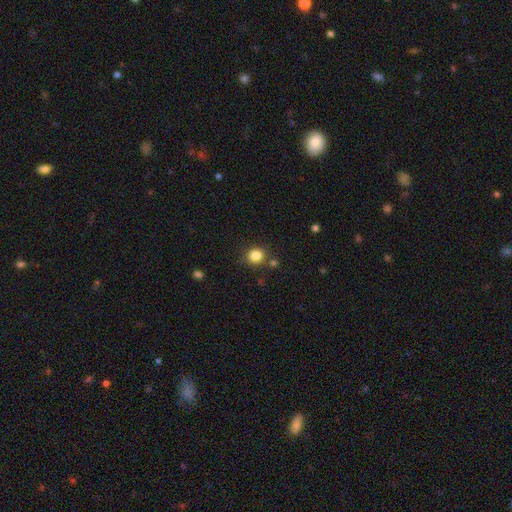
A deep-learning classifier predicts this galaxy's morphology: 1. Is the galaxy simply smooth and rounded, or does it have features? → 84% smooth, 11% star or artifact, 5% featured or disk.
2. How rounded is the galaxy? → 78% round, 21% in between, 1% cigar-shaped.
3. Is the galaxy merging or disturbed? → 80% none, 11% minor disturbance, 6% merger, 3% major disturbance.